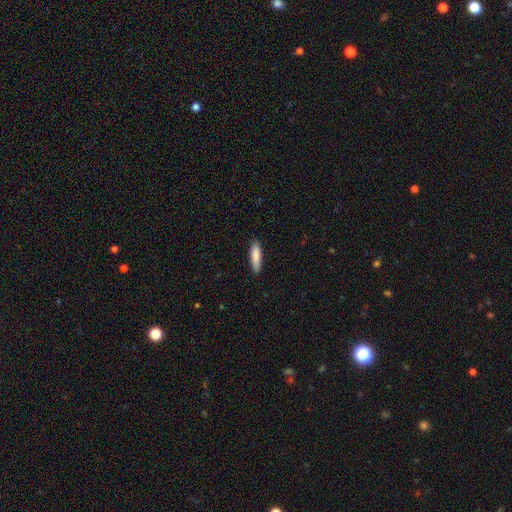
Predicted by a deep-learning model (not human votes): This appears to be a smooth galaxy with no disk features (86%) that is cigar-shaped (71%). Merging: none (87%).